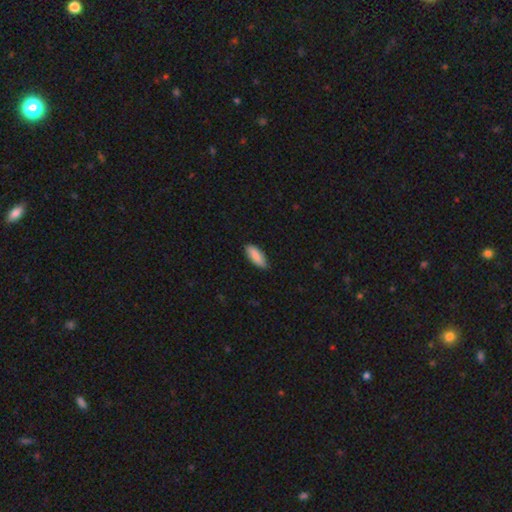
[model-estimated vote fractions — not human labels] smooth-or-featured: smooth: 82% | featured or disk: 12% | star or artifact: 6%
  how-rounded: in between: 79% | cigar-shaped: 20% | round: 2%
  merging: none: 79% | minor disturbance: 17% | major disturbance: 2% | merger: 1%